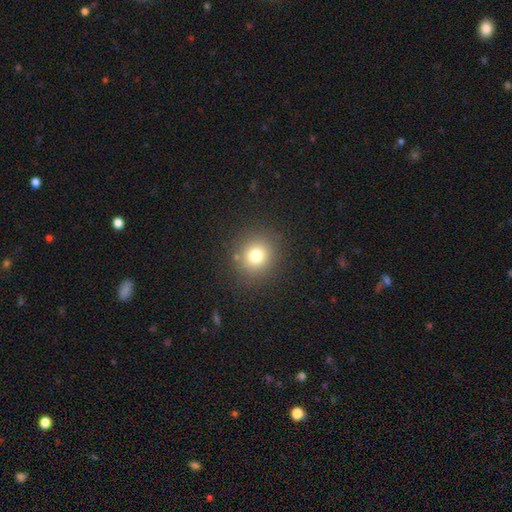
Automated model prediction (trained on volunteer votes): This is likely a smooth galaxy (76%). How rounded: clearly round (85%). Merging: clearly none (87%).